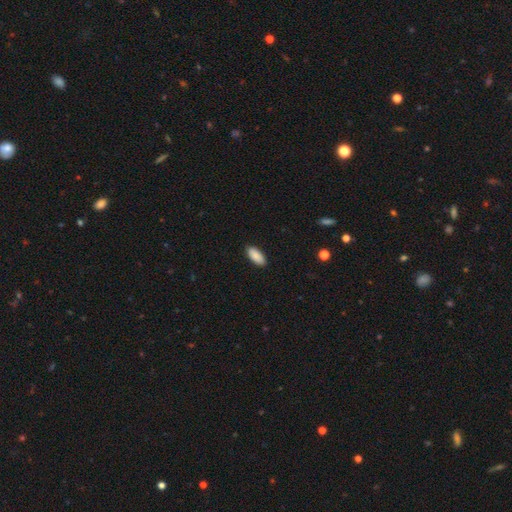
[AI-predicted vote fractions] smooth-or-featured: smooth: 90% | star or artifact: 6% | featured or disk: 4%
  how-rounded: in between: 88% | cigar-shaped: 10% | round: 2%
  merging: none: 90% | minor disturbance: 7% | major disturbance: 2% | merger: 1%